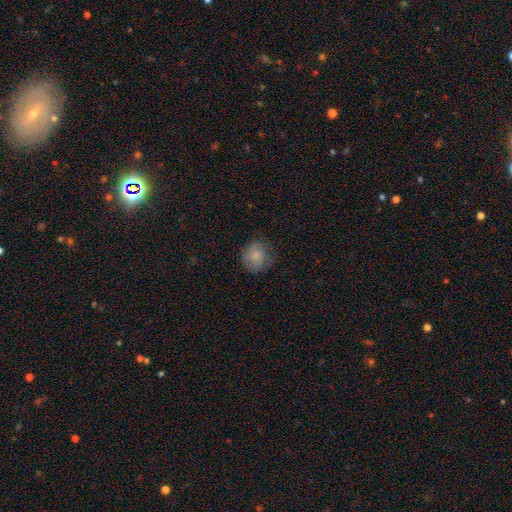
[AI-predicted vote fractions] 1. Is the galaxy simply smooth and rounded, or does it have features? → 79% smooth, 14% featured or disk, 8% star or artifact.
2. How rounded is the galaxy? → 83% round, 16% in between, 1% cigar-shaped.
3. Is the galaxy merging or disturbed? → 70% none, 21% minor disturbance, 7% major disturbance, 1% merger.